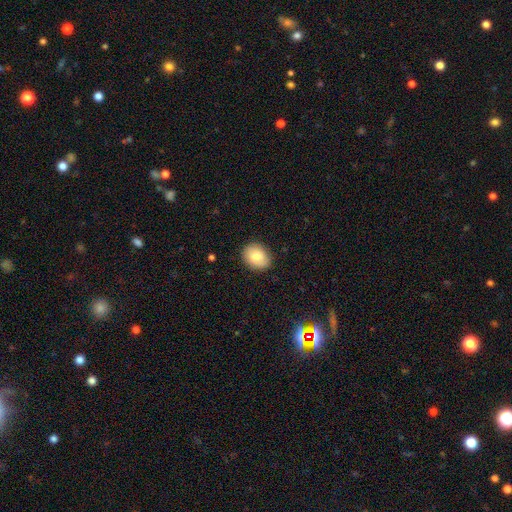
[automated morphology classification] This appears to be a smooth galaxy with no disk features (79%) that is in between round and cigar-shaped (51%). Merging: none (87%).